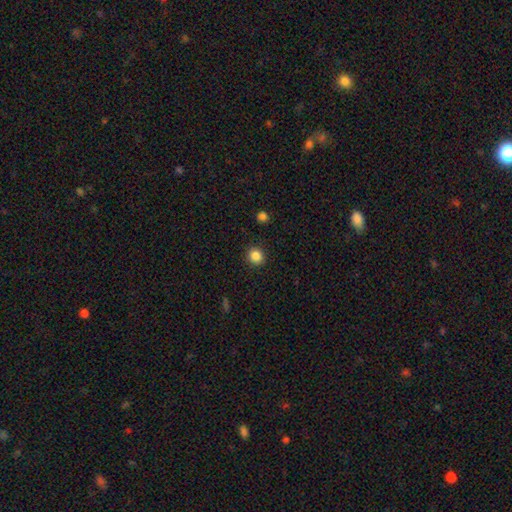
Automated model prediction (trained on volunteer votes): Overall: smooth (86%). How rounded: round (84%). Merging: none (90%).